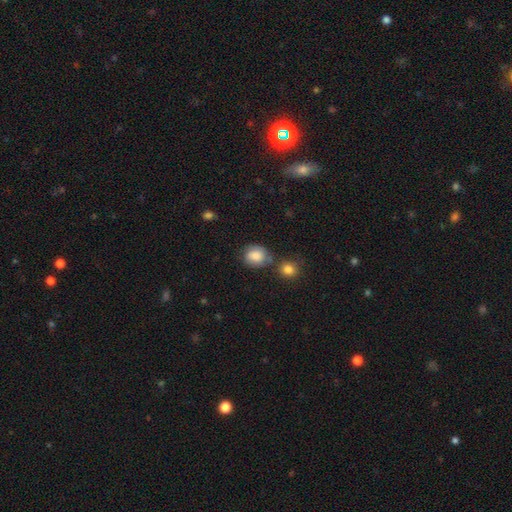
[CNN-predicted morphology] smooth-or-featured: smooth: 77% | featured or disk: 14% | star or artifact: 9%
  how-rounded: round: 64% | in between: 35% | cigar-shaped: 1%
  merging: none: 62% | minor disturbance: 20% | merger: 11% | major disturbance: 7%